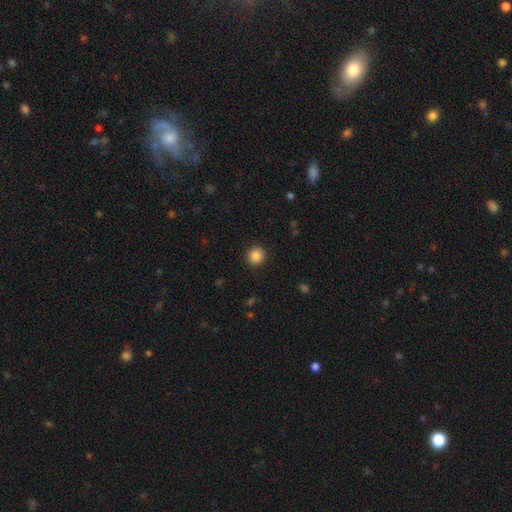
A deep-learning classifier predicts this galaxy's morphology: This appears to be a smooth galaxy with no disk features (87%) that is round (90%). Merging: none (91%).